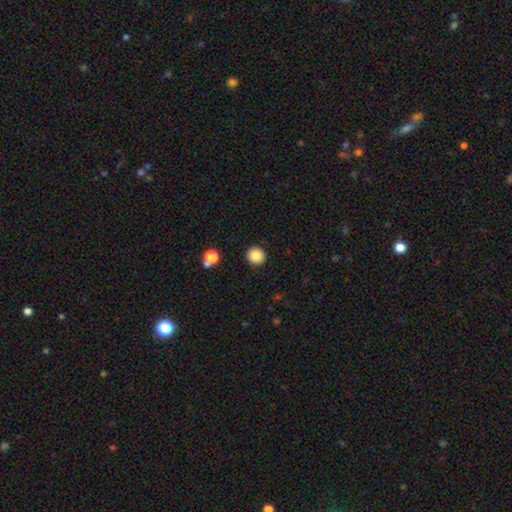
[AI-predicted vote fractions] The model was most divided on "smooth or featured": smooth: 85%, star or artifact: 10%, featured or disk: 5%. More confident: how rounded — round (92%); merging — none (91%).